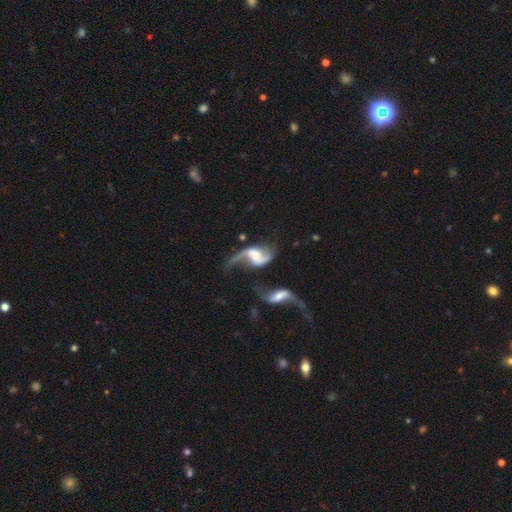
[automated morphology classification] Smooth or featured? Predicted: featured or disk (p=0.86). Edge-on disk? Predicted: no (p=0.97). Bar? Predicted: weak (p=0.43). Spiral arms? Predicted: yes (p=0.94). Spiral winding? Predicted: loose (p=0.77). Spiral arm count? Predicted: 2 (p=0.87). Bulge size? Predicted: none (p=0.28, tied with moderate). Merging? Predicted: none (p=0.35).